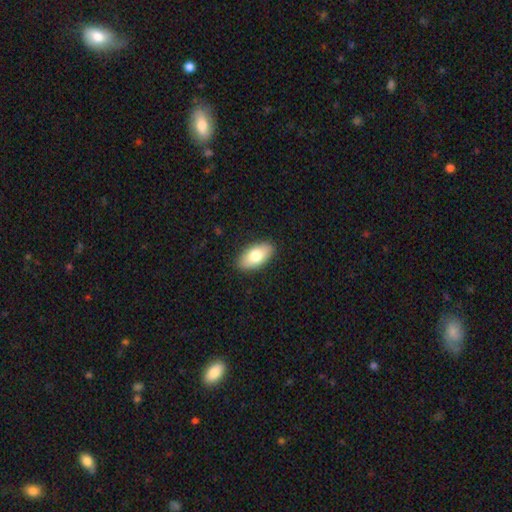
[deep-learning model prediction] Smooth or featured: smooth — 77% (featured or disk — 17%)
How rounded: in between — 93% (cigar-shaped — 4%)
Merging: none — 89% (minor disturbance — 8%)